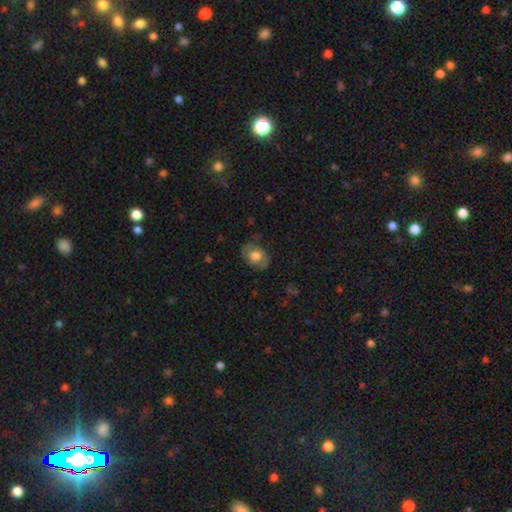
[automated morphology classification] Overall: smooth (66%; featured or disk 26%). How rounded: in between (68%; round 31%). Merging: none (72%).